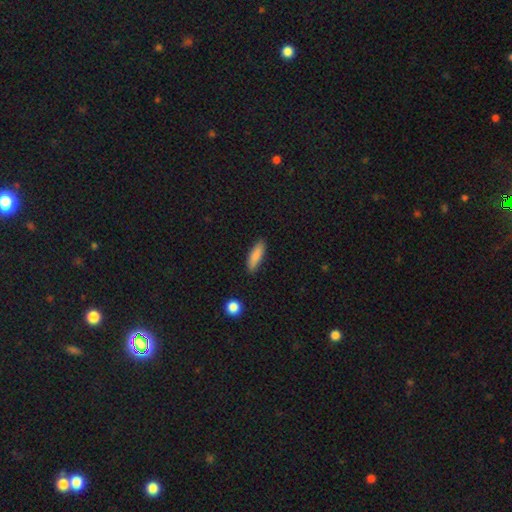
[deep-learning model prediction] Smooth or featured? Predicted: smooth (p=0.85). How rounded? Predicted: cigar-shaped (p=0.58). Merging? Predicted: none (p=0.86).